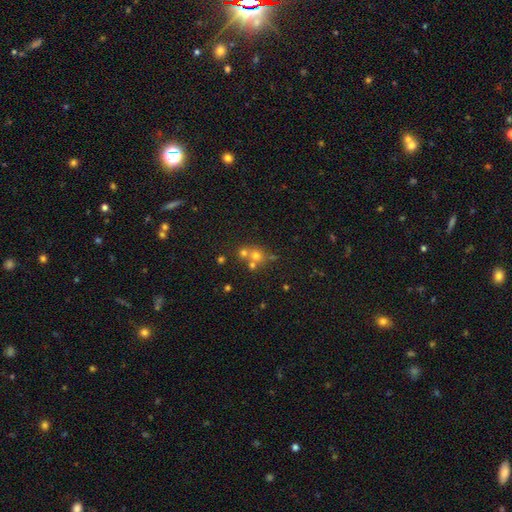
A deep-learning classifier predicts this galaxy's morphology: Q: Smooth or featured?
A: smooth (58%); runner-up: star or artifact (22%)
Q: How rounded?
A: round (83%); runner-up: in between (16%)
Q: Merging?
A: none (46%); runner-up: merger (43%)